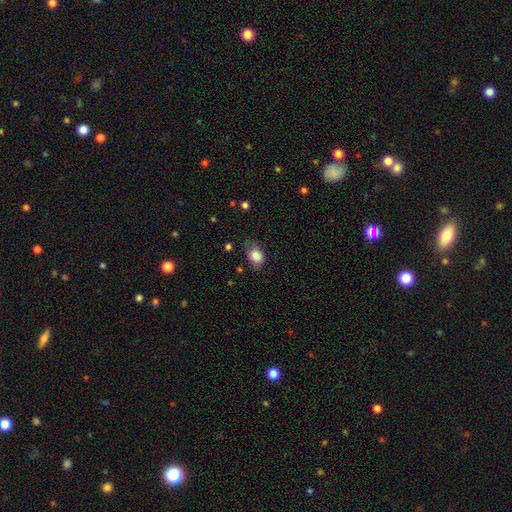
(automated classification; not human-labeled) Smooth or featured: smooth — 84% (featured or disk — 8%)
How rounded: in between — 75% (round — 24%)
Merging: none — 57% (minor disturbance — 30%)